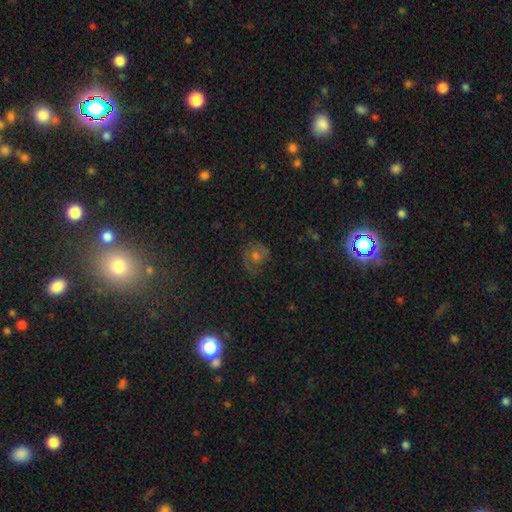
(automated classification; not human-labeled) Overall: smooth (40%; featured or disk 32%). Merging: none (69%).